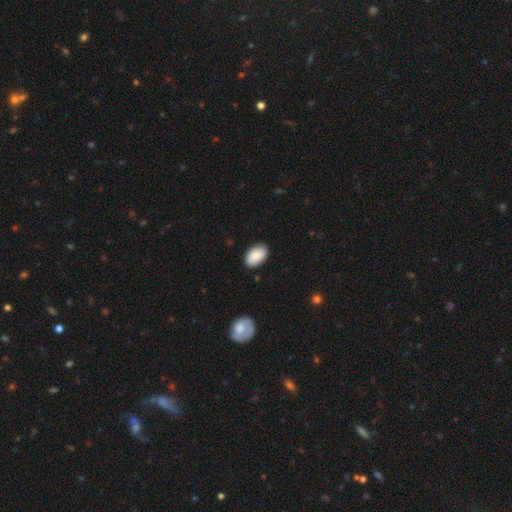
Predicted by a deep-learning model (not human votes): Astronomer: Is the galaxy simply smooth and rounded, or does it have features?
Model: smooth — 86%.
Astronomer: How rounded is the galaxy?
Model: in between — 92%.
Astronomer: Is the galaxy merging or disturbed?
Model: none — 85%.